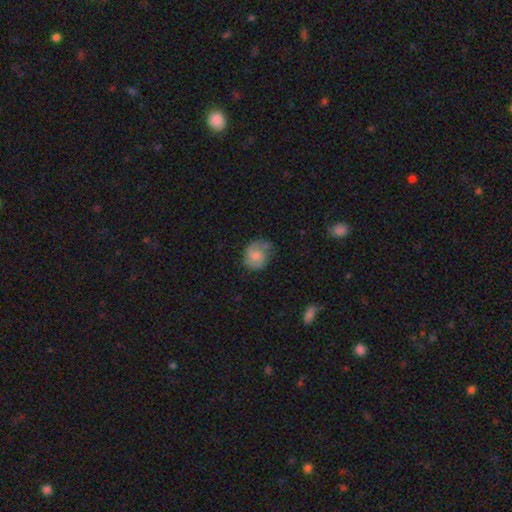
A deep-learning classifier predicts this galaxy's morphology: Smooth or featured?
  - smooth: 59% *
  - featured or disk: 33%
  - star or artifact: 8%
How rounded?
  - round: 67% *
  - in between: 32%
  - cigar-shaped: 1%
Merging?
  - none: 50% *
  - minor disturbance: 32%
  - major disturbance: 16%
  - merger: 3%